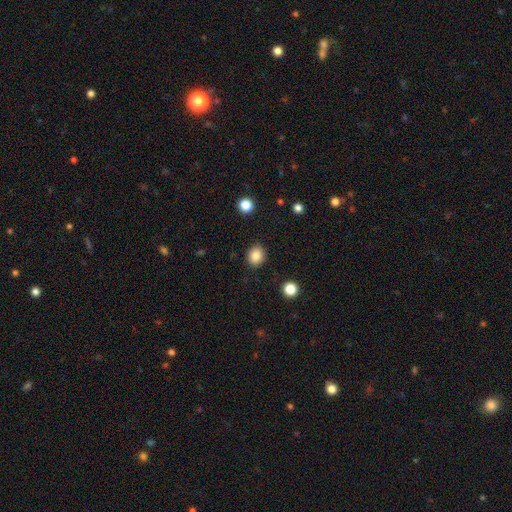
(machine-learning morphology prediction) Smooth or featured? smooth (84%)
How rounded? round (66%)
Merging? none (88%)